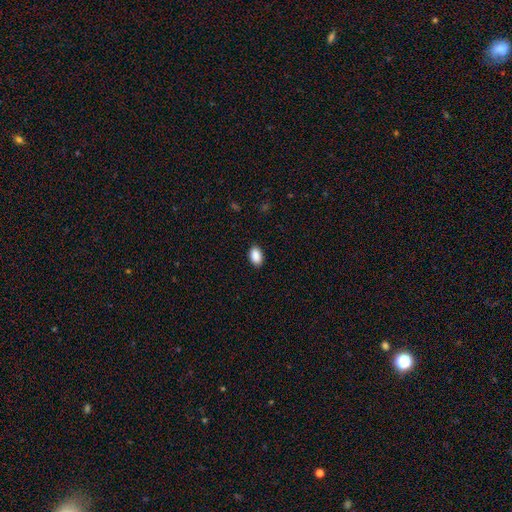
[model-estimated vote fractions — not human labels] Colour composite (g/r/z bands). It shows a smooth galaxy with no disk features (90%) that is in between round and cigar-shaped (92%). Merging: none (88%).